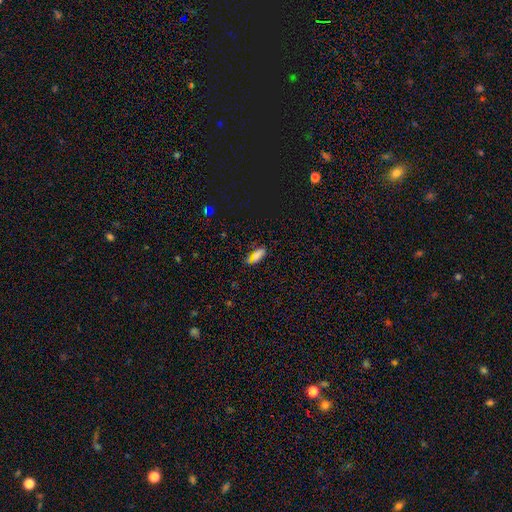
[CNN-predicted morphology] A smooth galaxy with no disk features (67%) that is in between round and cigar-shaped (83%). Merging: none (70%).